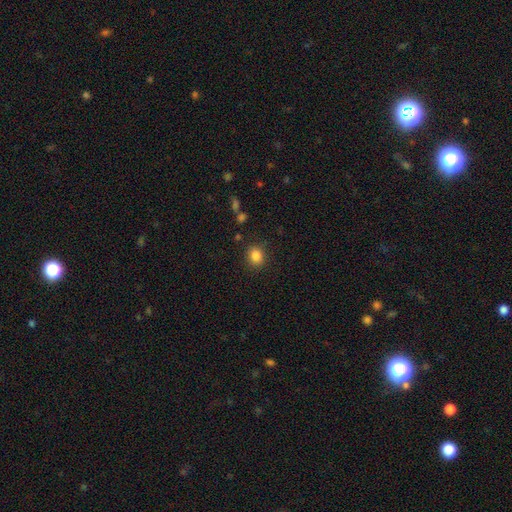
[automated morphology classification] This appears to be a smooth galaxy with no disk features (85%) that is round (65%). Merging: none (85%).